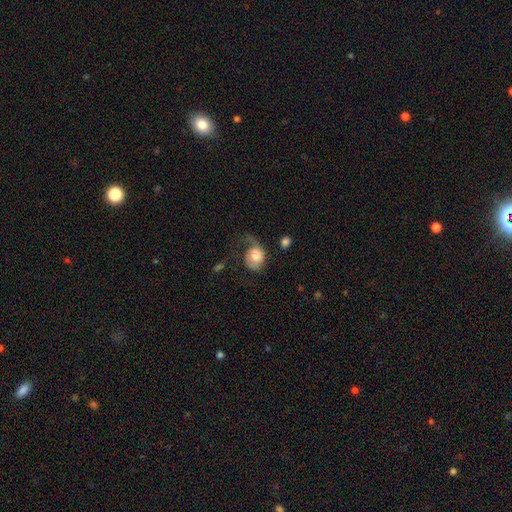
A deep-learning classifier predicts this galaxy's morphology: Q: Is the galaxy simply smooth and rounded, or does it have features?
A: smooth — 59%.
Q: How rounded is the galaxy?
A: round — 52%.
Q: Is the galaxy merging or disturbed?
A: major disturbance — 48%.